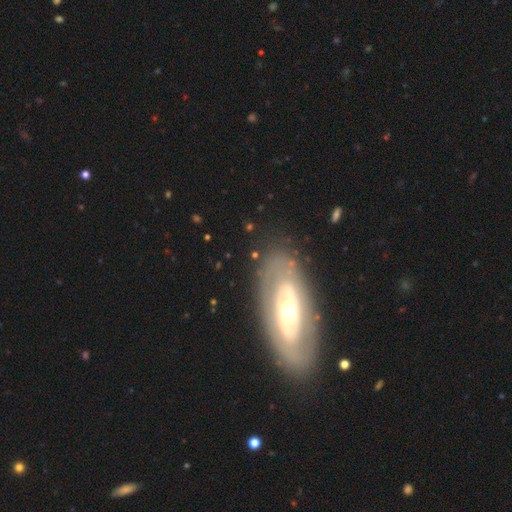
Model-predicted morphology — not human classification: Smooth or featured? featured or disk (70%)
Edge-on disk? no (87%)
Bar? no (75%)
Spiral arms? no (63%)
Bulge size? moderate (60%)
Merging? none (79%)